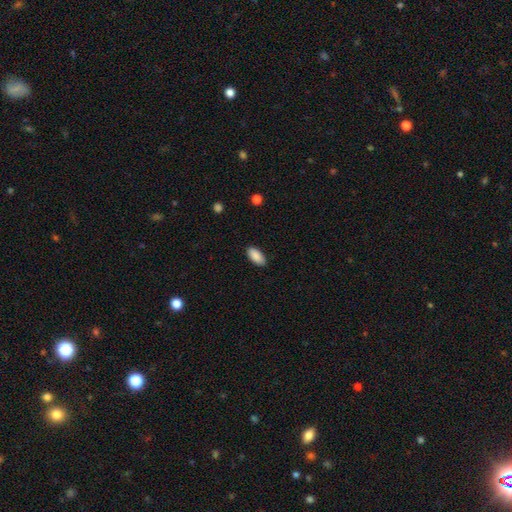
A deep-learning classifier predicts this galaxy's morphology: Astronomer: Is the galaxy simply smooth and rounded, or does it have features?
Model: smooth — 90%.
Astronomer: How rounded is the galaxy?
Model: in between — 93%.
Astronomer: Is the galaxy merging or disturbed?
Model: none — 87%.